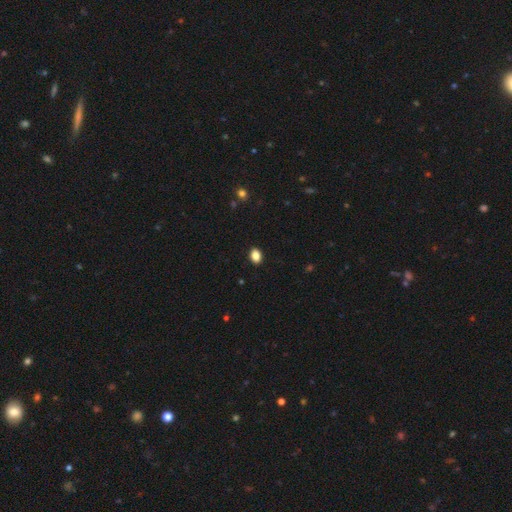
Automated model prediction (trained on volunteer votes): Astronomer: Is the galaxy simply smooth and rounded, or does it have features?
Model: smooth — 87%.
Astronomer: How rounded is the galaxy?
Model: in between — 76%.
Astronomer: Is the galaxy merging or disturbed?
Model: none — 90%.